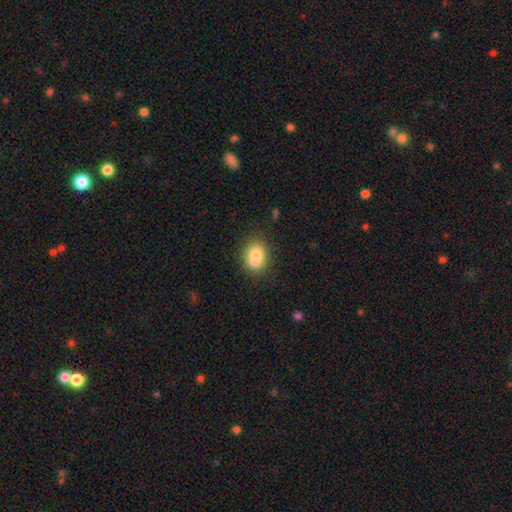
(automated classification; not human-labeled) Smooth or featured? Predicted: smooth (p=0.79). How rounded? Predicted: in between (p=0.61). Merging? Predicted: none (p=0.66).